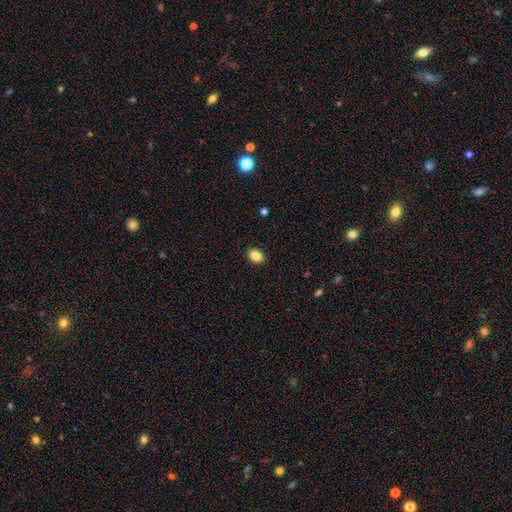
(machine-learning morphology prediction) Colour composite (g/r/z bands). It shows a smooth galaxy with no disk features (86%) that is in between round and cigar-shaped (74%). Merging: none (89%).